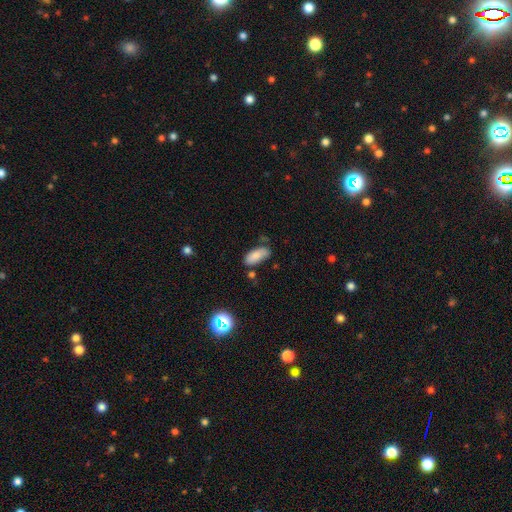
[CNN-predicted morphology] Overall: smooth (83%). How rounded: in between (87%). Merging: none (63%; minor disturbance 25%).